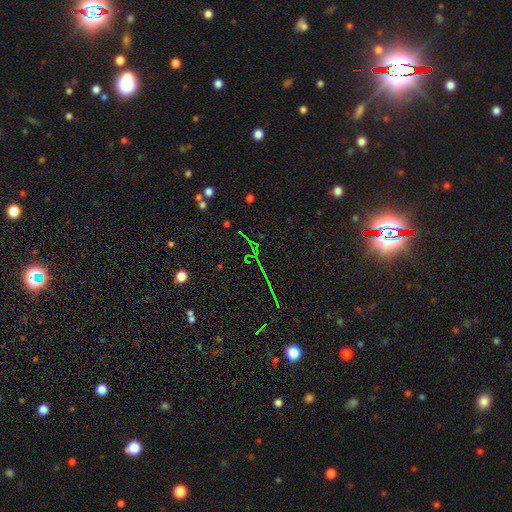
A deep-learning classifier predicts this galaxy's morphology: Smooth or featured? Predicted: star or artifact (p=0.75).